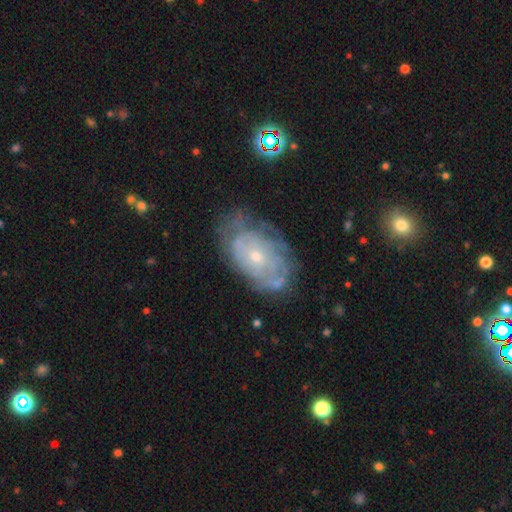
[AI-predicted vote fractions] featured or disk 72%, smooth 19%, star or artifact 9%. Down the decision tree: edge-on disk — no (95%); bar — no (83%); spiral arms — yes (74%); spiral arm count — can't tell (65%); spiral winding — tight (70%); bulge size — small (69%); merging — none (59%).